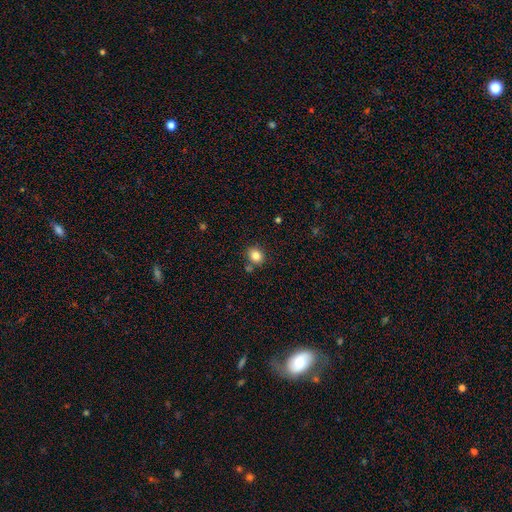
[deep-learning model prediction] The model was most divided on "how rounded": round: 67%, in between: 32%, cigar-shaped: 1%. More confident: smooth or featured — smooth (83%); merging — none (78%).